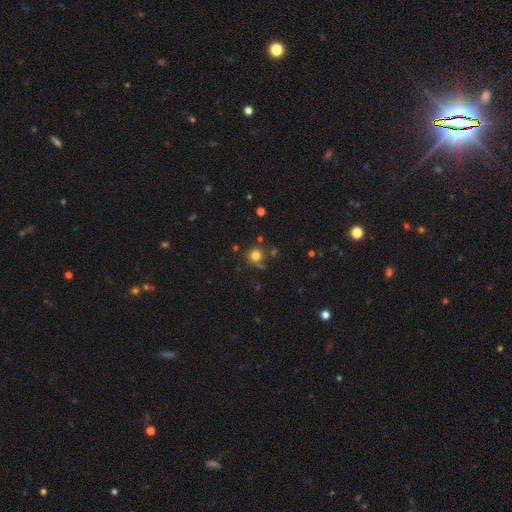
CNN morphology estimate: The model was most divided on "merging": none: 73%, minor disturbance: 12%, merger: 9%, major disturbance: 5%. More confident: how rounded — round (91%); smooth or featured — smooth (79%).